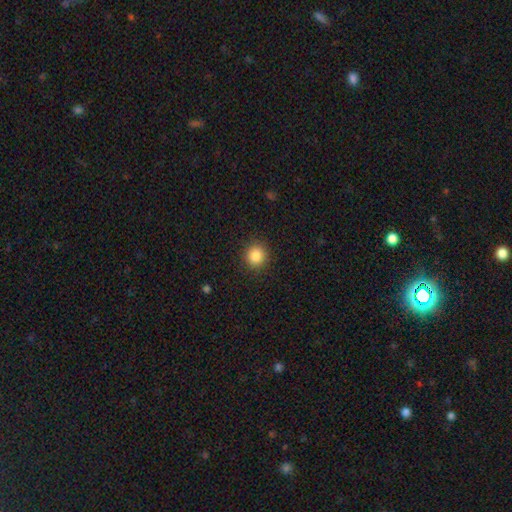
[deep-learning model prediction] Morphology: type=smooth (86%); roundness=round (89%); merging=none (90%).